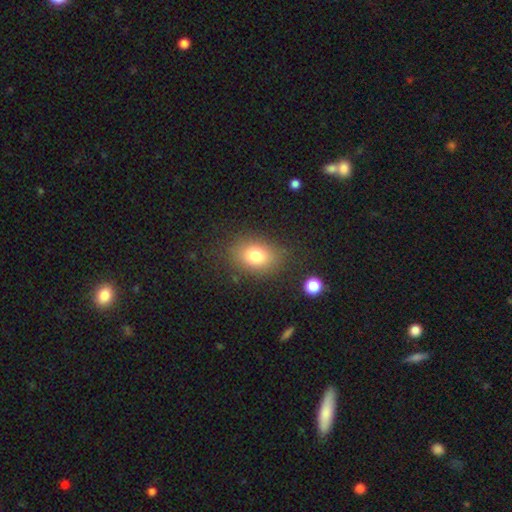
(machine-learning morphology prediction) type=smooth (77%); roundness=in between (67%); merging=none (82%).